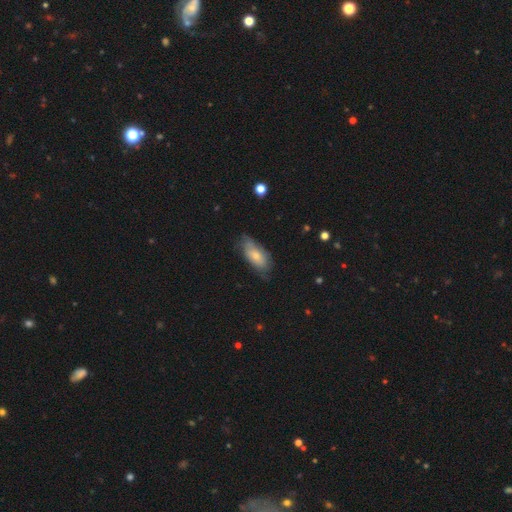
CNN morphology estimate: Q: Smooth or featured?
A: smooth (69%); runner-up: featured or disk (25%)
Q: How rounded?
A: in between (86%); runner-up: cigar-shaped (11%)
Q: Merging?
A: none (60%); runner-up: minor disturbance (31%)